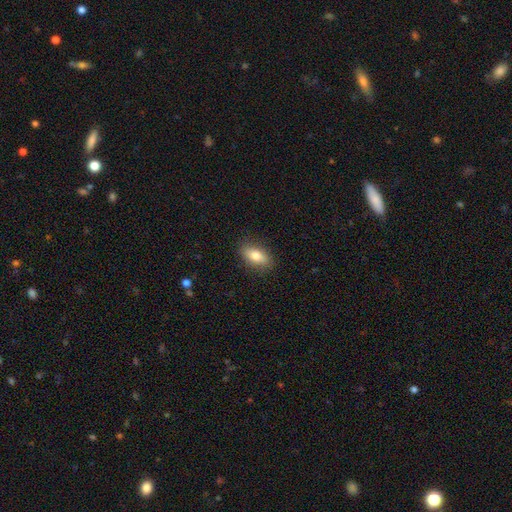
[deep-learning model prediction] Smooth or featured?
  - smooth: 77% *
  - featured or disk: 15%
  - star or artifact: 8%
How rounded?
  - in between: 85% *
  - cigar-shaped: 9%
  - round: 6%
Merging?
  - none: 87% *
  - minor disturbance: 10%
  - major disturbance: 2%
  - merger: 1%